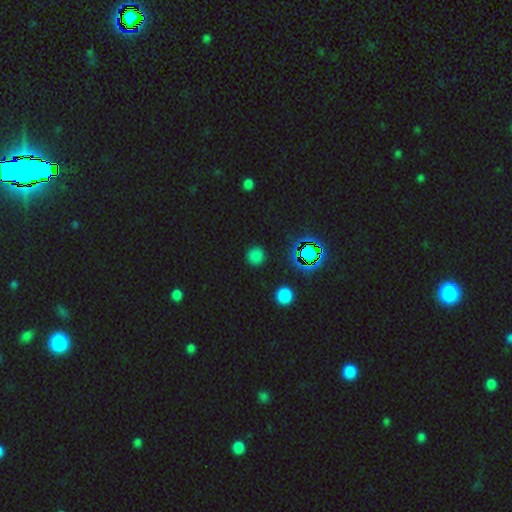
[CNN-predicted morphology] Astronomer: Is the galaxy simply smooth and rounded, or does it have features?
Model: smooth — 64%.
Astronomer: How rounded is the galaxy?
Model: round — 93%.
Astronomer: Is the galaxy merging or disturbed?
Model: none — 89%.